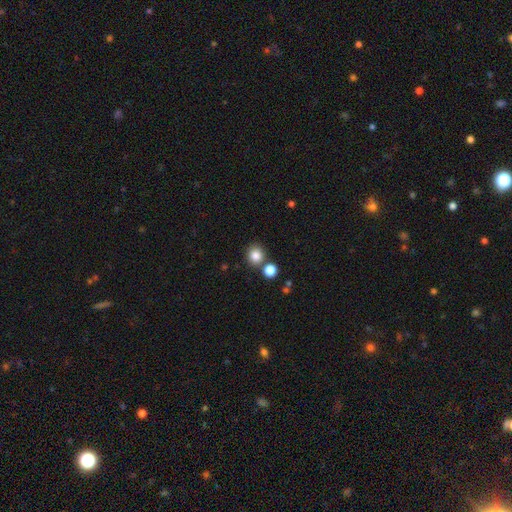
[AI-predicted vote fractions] smooth-or-featured: smooth: 83% | star or artifact: 11% | featured or disk: 5%
  how-rounded: round: 85% | in between: 14% | cigar-shaped: 1%
  merging: none: 74% | merger: 15% | minor disturbance: 9% | major disturbance: 3%